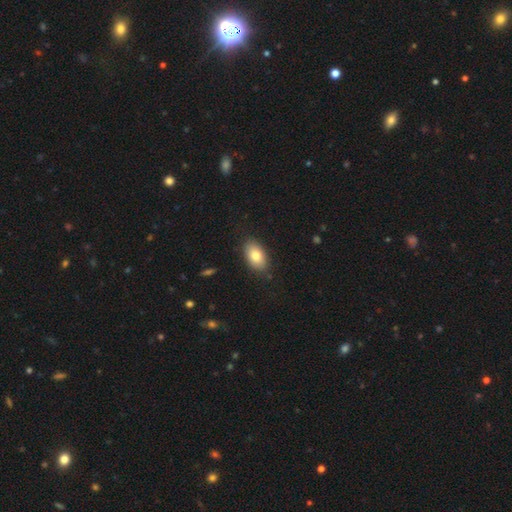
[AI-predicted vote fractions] Q: Smooth or featured?
A: smooth (80%); runner-up: featured or disk (13%)
Q: How rounded?
A: in between (92%); runner-up: round (6%)
Q: Merging?
A: none (85%); runner-up: minor disturbance (11%)